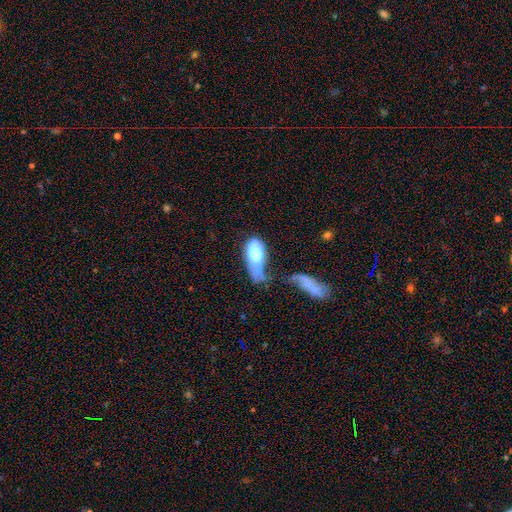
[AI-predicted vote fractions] smooth-or-featured: smooth: 60% | featured or disk: 31% | star or artifact: 9%
  how-rounded: in between: 87% | cigar-shaped: 7% | round: 6%
  merging: major disturbance: 42% | merger: 22% | minor disturbance: 21% | none: 14%